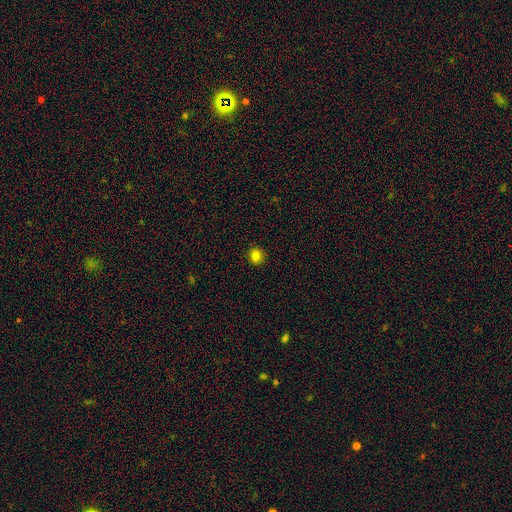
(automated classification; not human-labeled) Smooth or featured? smooth (82%)
How rounded? round (83%)
Merging? none (91%)